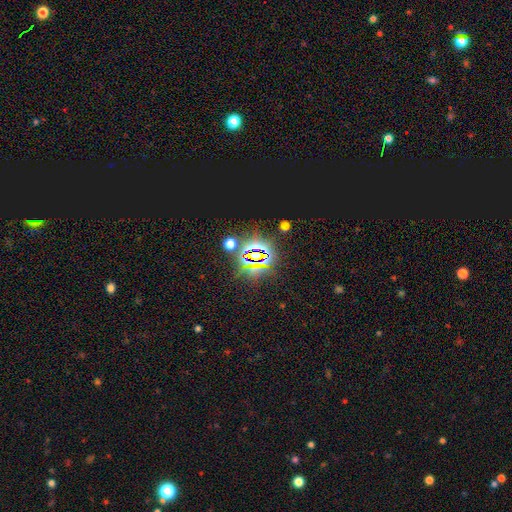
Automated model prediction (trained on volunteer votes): smooth-or-featured: star or artifact: 82% | smooth: 11% | featured or disk: 7%